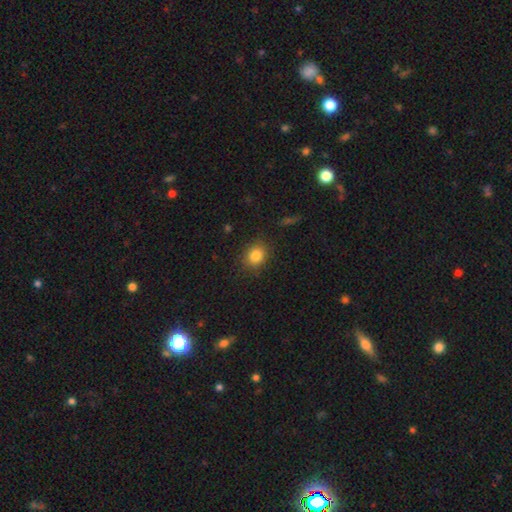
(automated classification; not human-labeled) Smooth or featured?
  - smooth: 84% *
  - star or artifact: 10%
  - featured or disk: 6%
How rounded?
  - round: 69% *
  - in between: 30%
  - cigar-shaped: 1%
Merging?
  - none: 85% *
  - minor disturbance: 11%
  - major disturbance: 3%
  - merger: 1%